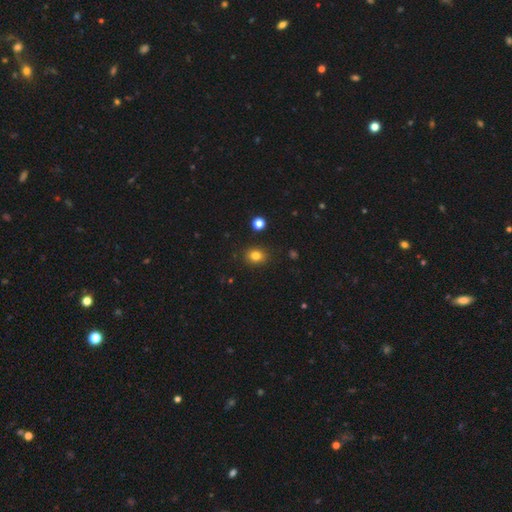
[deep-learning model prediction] This appears to be a smooth galaxy with no disk features (81%) that is round (64%). Merging: none (88%).